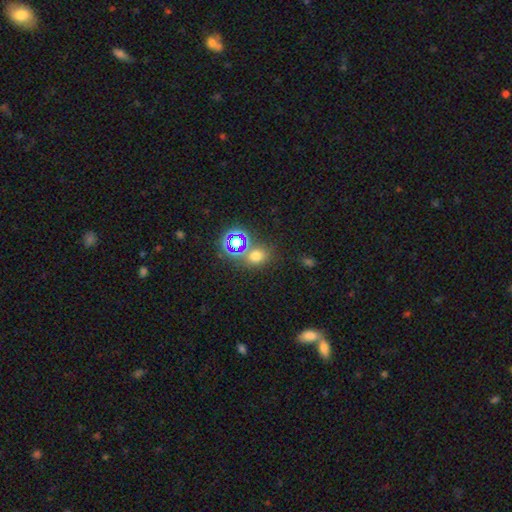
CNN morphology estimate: Smooth or featured: smooth — 58% (star or artifact — 34%)
How rounded: round — 59% (in between — 40%)
Merging: none — 69% (merger — 16%)